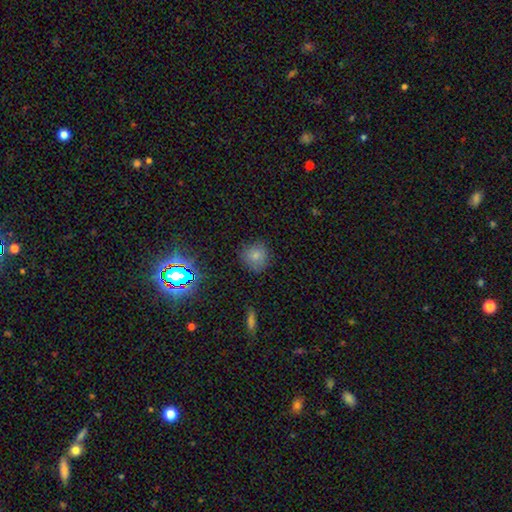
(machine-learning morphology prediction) This is likely a smooth galaxy (76%). How rounded: clearly round (89%). Merging: clearly none (84%).